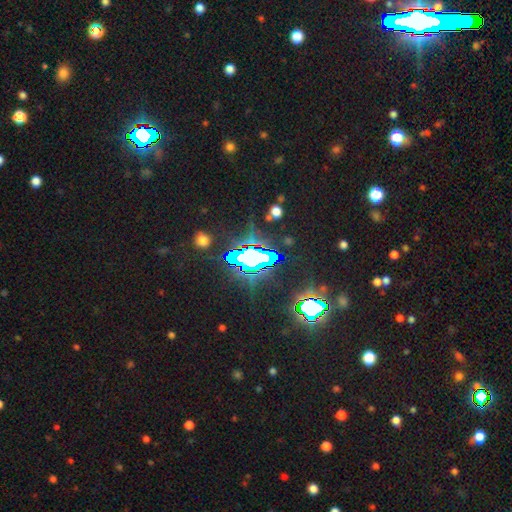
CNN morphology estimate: smooth_or_featured: star or artifact (p=0.83) [alt: smooth p=0.09]